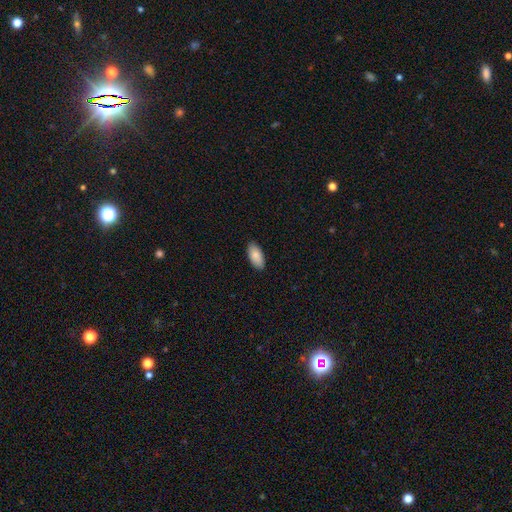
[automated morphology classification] Smooth or featured? Predicted: smooth (p=0.87). How rounded? Predicted: in between (p=0.93). Merging? Predicted: none (p=0.89).